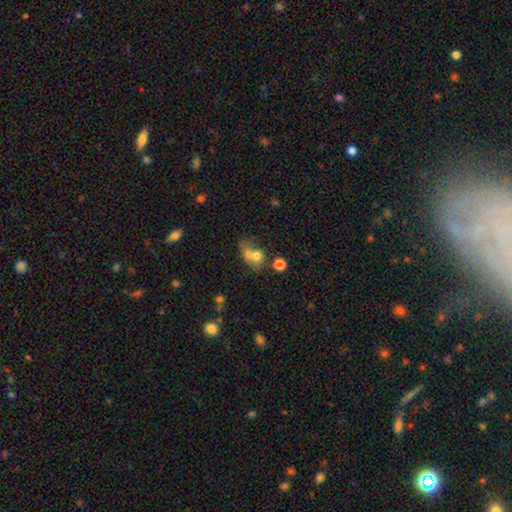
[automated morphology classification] A smooth galaxy with no disk features (64%) that is round (54%).

Vote fractions:
- Smooth or featured? smooth: 64% / featured or disk: 23% / star or artifact: 14%
- How rounded? round: 54% / in between: 45% / cigar-shaped: 1%
- Merging? merger: 60% / none: 25% / minor disturbance: 9% / major disturbance: 7%